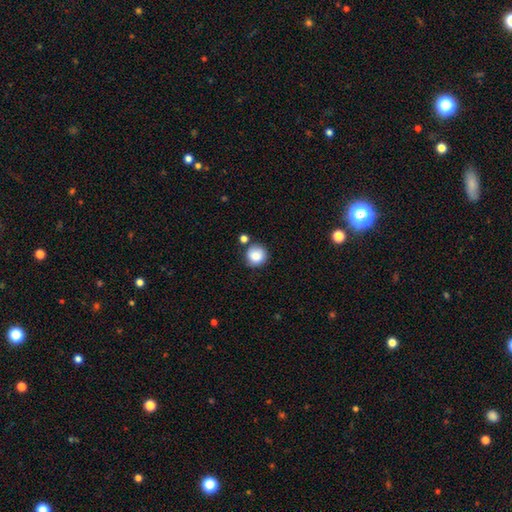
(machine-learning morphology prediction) smooth_or_featured: smooth (p=0.85) [alt: star or artifact p=0.09]
how_rounded: round (p=0.92) [alt: in between p=0.07]
merging: none (p=0.75) [alt: minor disturbance p=0.13]